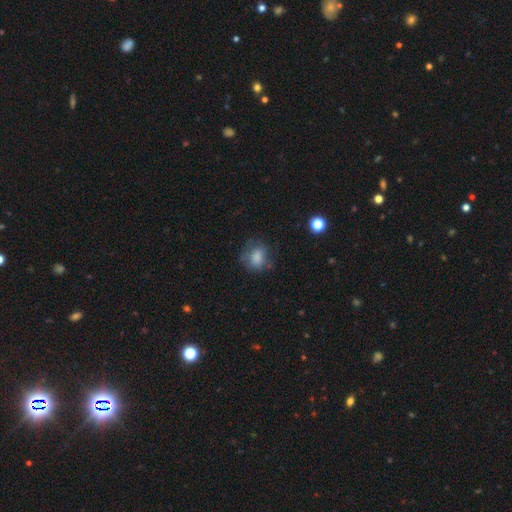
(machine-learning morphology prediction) This appears to be a smooth galaxy with no disk features (74%) that is round (51%). Merging: none (59%).